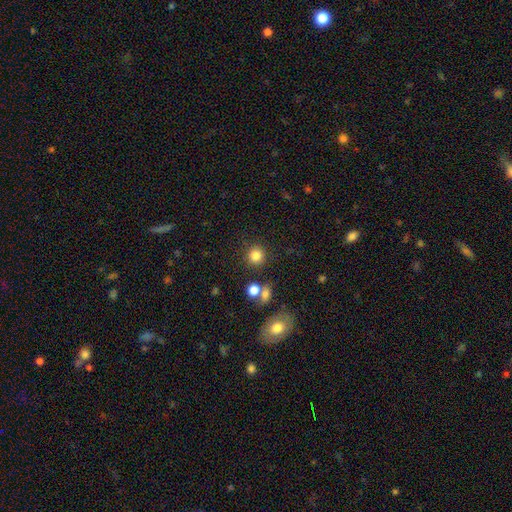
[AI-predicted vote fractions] smooth 83%, star or artifact 12%, featured or disk 6%. Down the decision tree: how rounded — round (92%); merging — none (84%).